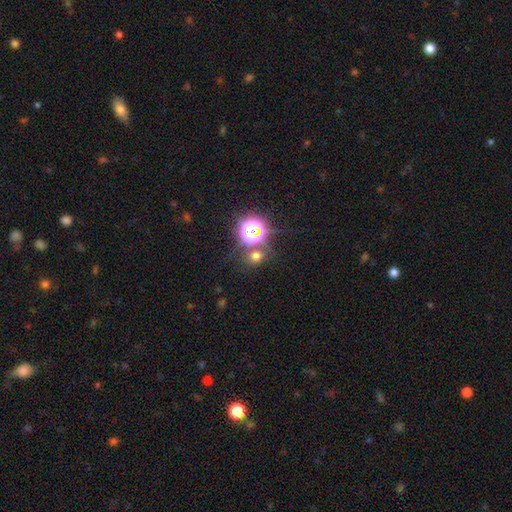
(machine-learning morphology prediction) A smooth galaxy with no disk features (57%) that is round (69%).

Vote fractions:
- Smooth or featured? smooth: 57% / star or artifact: 35% / featured or disk: 9%
- How rounded? round: 69% / in between: 30% / cigar-shaped: 1%
- Merging? none: 71% / merger: 14% / minor disturbance: 10% / major disturbance: 5%